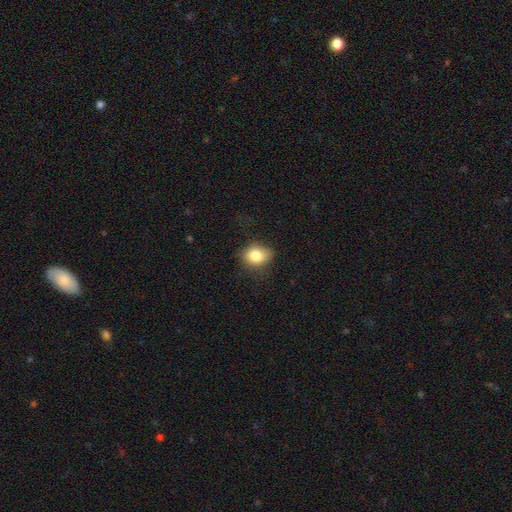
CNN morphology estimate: smooth_or_featured: smooth (p=0.81) [alt: star or artifact p=0.10]
how_rounded: round (p=0.50) [alt: in between p=0.49]
merging: none (p=0.73) [alt: minor disturbance p=0.20]